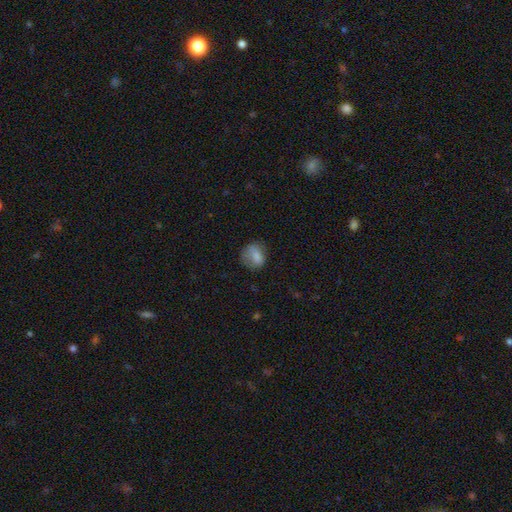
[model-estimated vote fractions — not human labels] Smooth or featured? Predicted: smooth (p=0.78). How rounded? Predicted: in between (p=0.50). Merging? Predicted: none (p=0.59).